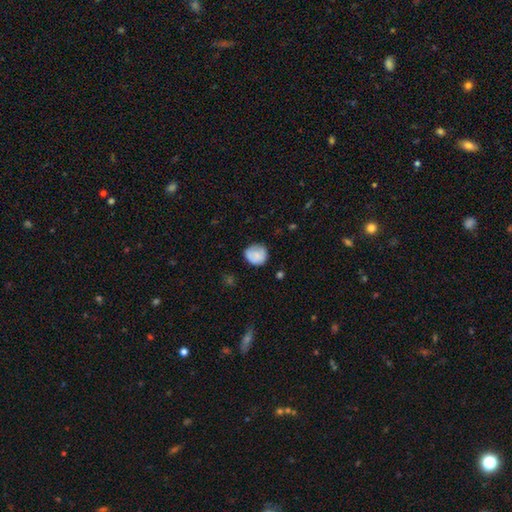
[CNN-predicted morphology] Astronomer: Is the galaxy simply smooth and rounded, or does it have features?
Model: smooth — 78%.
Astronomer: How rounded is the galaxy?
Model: round — 78%.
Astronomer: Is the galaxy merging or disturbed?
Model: none — 67%.